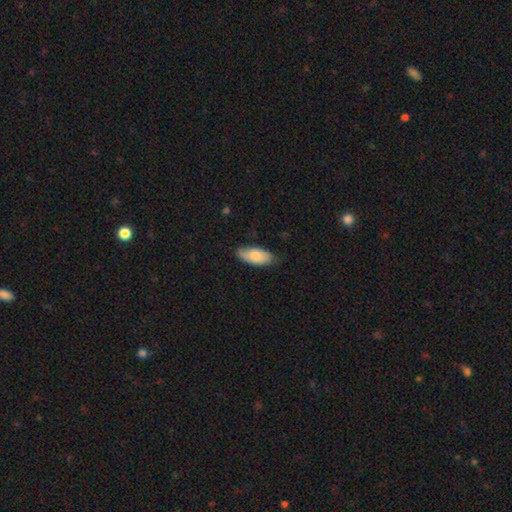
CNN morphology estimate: smooth-or-featured: smooth: 78% | featured or disk: 16% | star or artifact: 6%
  how-rounded: in between: 87% | cigar-shaped: 11% | round: 2%
  merging: none: 75% | minor disturbance: 21% | major disturbance: 3% | merger: 1%